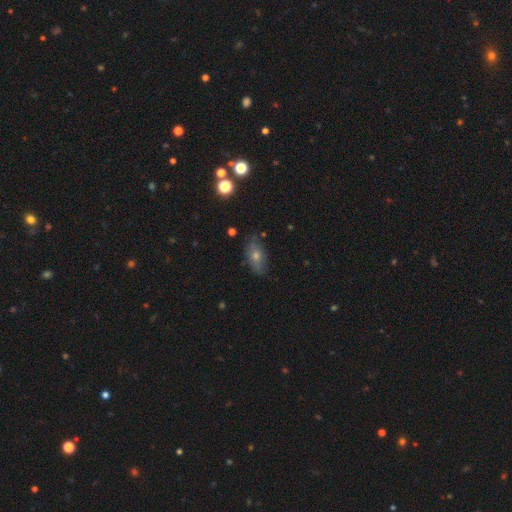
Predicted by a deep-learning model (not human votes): smooth-or-featured: smooth: 53% | featured or disk: 29% | star or artifact: 18%
  how-rounded: in between: 81% | round: 13% | cigar-shaped: 6%
  merging: none: 74% | minor disturbance: 19% | major disturbance: 5% | merger: 2%